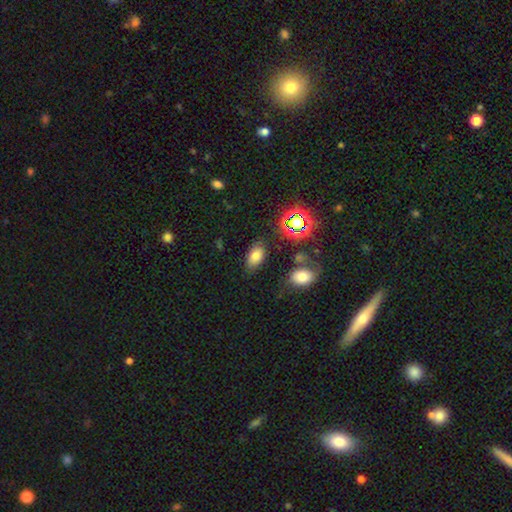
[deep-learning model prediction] Smooth or featured? smooth (73%)
How rounded? in between (90%)
Merging? none (77%)